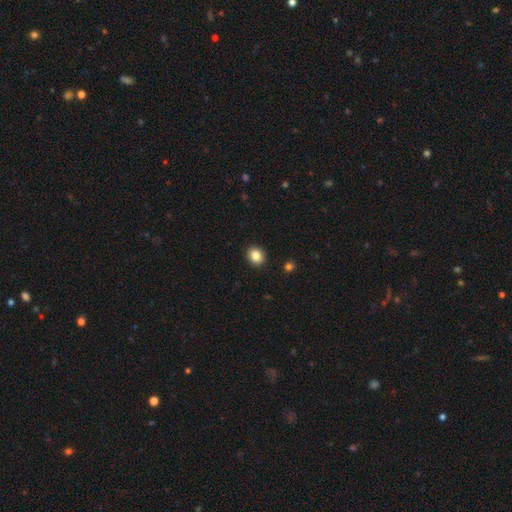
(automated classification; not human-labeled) Q: Smooth or featured?
A: smooth (85%); runner-up: star or artifact (10%)
Q: How rounded?
A: round (68%); runner-up: in between (32%)
Q: Merging?
A: none (92%); runner-up: minor disturbance (5%)